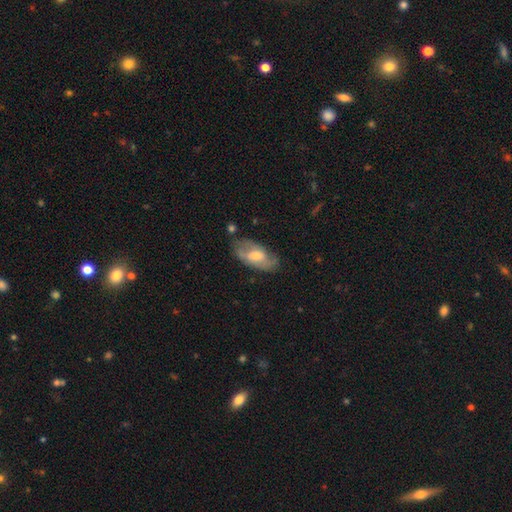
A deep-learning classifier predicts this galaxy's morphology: Overall: featured or disk (55%; smooth 39%). Edge-on disk: no (90%). Merging: none (65%).